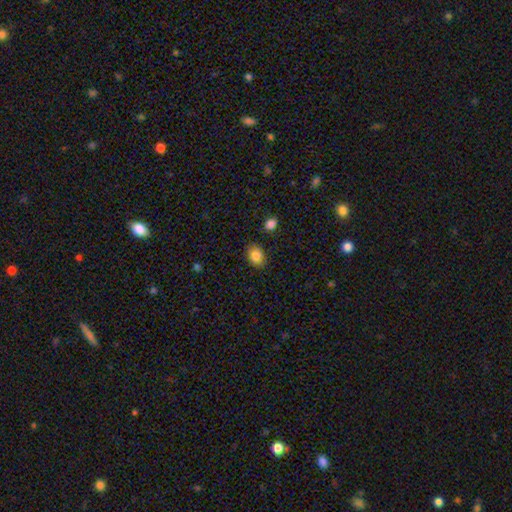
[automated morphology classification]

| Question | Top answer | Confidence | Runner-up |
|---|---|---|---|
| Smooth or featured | smooth | 85% | star or artifact (9%) |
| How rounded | in between | 67% | round (32%) |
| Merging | none | 82% | minor disturbance (13%) |